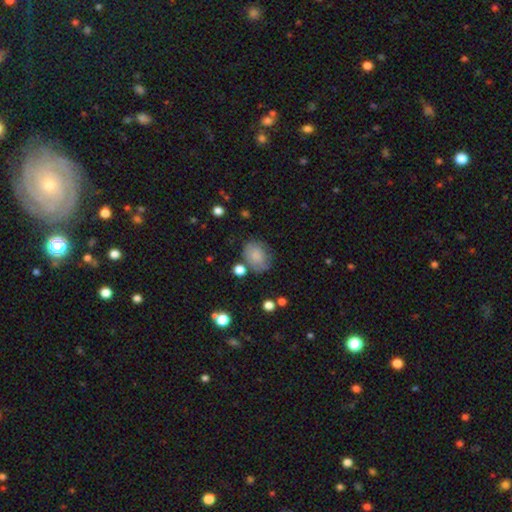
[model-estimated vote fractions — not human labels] Q: Smooth or featured?
A: smooth (77%); runner-up: featured or disk (14%)
Q: How rounded?
A: in between (52%); runner-up: round (47%)
Q: Merging?
A: none (61%); runner-up: minor disturbance (24%)